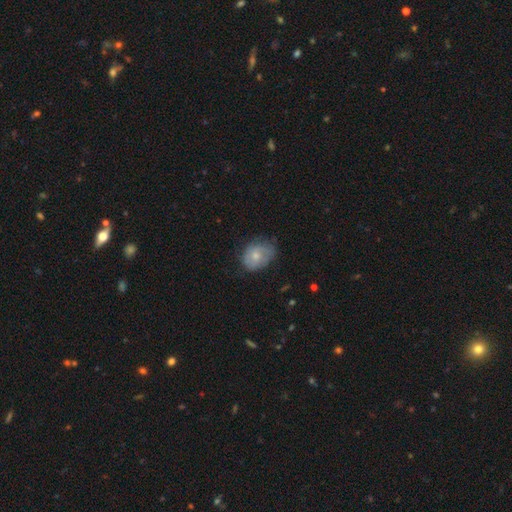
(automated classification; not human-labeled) Q: Smooth or featured?
A: smooth (62%); runner-up: featured or disk (30%)
Q: How rounded?
A: in between (61%); runner-up: round (38%)
Q: Merging?
A: none (51%); runner-up: minor disturbance (36%)